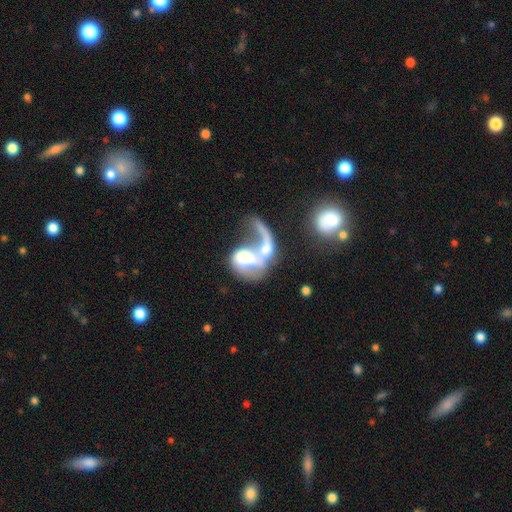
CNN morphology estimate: Q: Smooth or featured?
A: featured or disk (65%); runner-up: smooth (25%)
Q: Edge-on disk?
A: no (96%); runner-up: yes (4%)
Q: Bar?
A: no (59%); runner-up: weak (27%)
Q: Spiral arms?
A: yes (63%); runner-up: no (37%)
Q: Bulge size?
A: moderate (36%); runner-up: none (21%)
Q: Merging?
A: merger (51%); runner-up: major disturbance (29%)